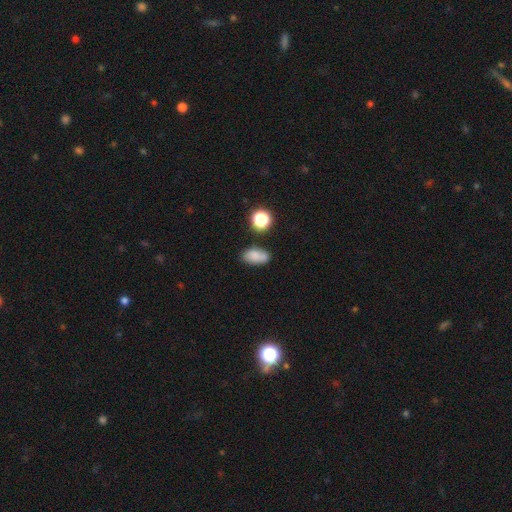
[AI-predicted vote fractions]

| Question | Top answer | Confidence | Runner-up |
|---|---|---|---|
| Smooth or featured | smooth | 74% | star or artifact (13%) |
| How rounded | in between | 85% | round (11%) |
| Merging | none | 66% | minor disturbance (19%) |